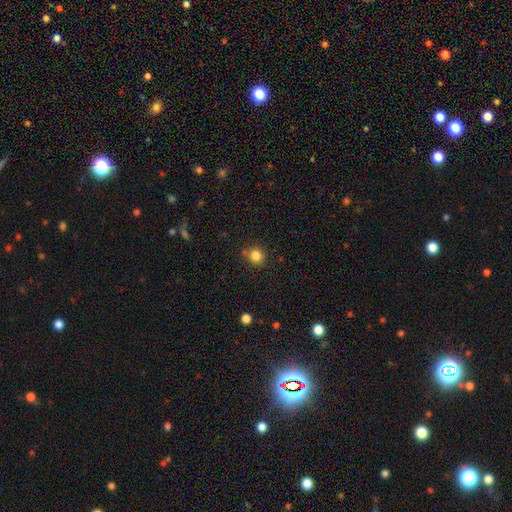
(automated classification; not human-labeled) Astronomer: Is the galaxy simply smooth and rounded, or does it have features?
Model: smooth — 83%.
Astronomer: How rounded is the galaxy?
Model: round — 88%.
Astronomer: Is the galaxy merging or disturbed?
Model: none — 80%.